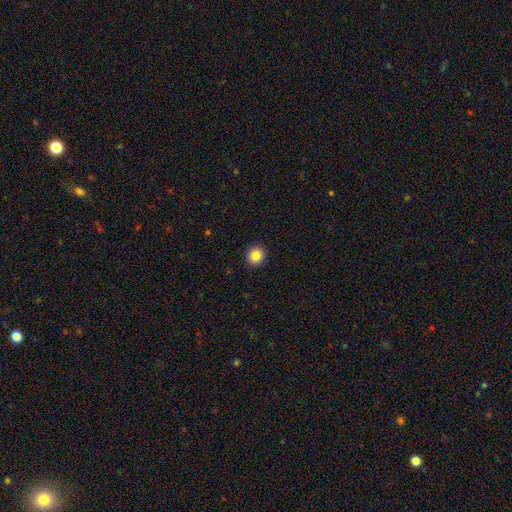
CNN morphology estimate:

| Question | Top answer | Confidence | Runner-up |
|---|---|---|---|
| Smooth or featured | smooth | 85% | star or artifact (10%) |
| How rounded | round | 87% | in between (12%) |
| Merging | none | 92% | minor disturbance (5%) |